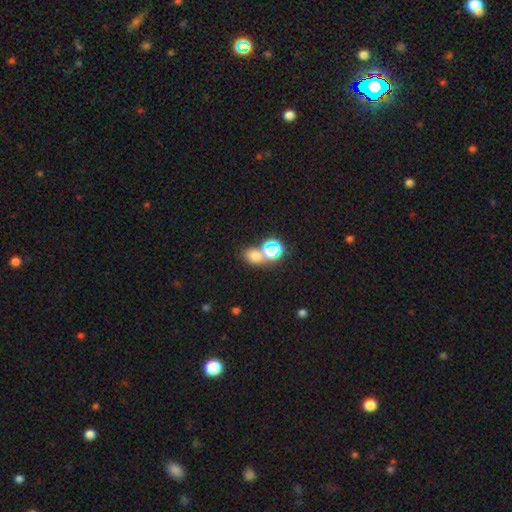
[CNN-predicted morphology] Smooth or featured: smooth — 67% (star or artifact — 26%)
How rounded: round — 53% (in between — 46%)
Merging: none — 57% (merger — 30%)